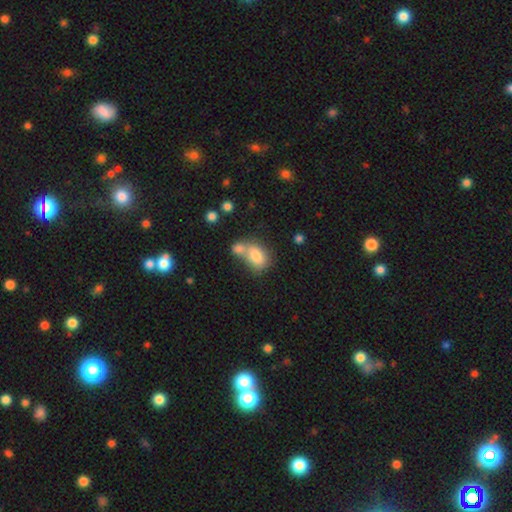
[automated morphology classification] Smooth or featured: smooth — 79% (featured or disk — 13%)
How rounded: in between — 74% (round — 24%)
Merging: merger — 54% (none — 30%)